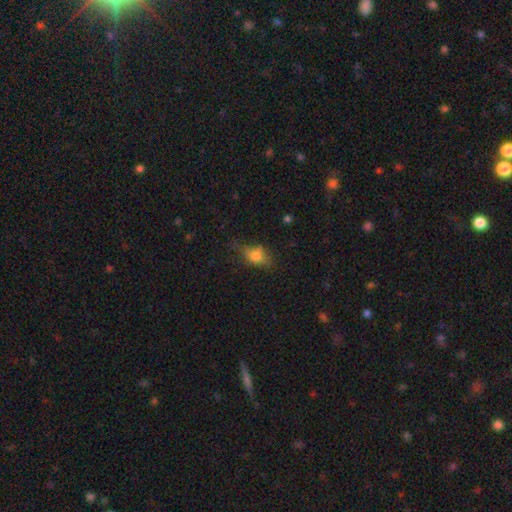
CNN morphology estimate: Smooth or featured? Predicted: smooth (p=0.65). How rounded? Predicted: in between (p=0.75). Merging? Predicted: none (p=0.57).